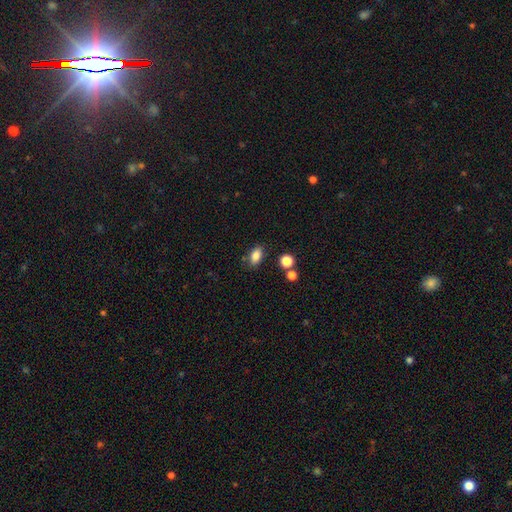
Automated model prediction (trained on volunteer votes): Smooth or featured? Predicted: smooth (p=0.84). How rounded? Predicted: in between (p=0.86). Merging? Predicted: none (p=0.81).